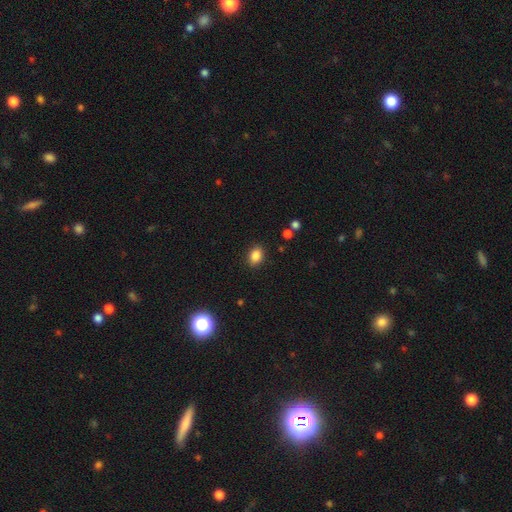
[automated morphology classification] A smooth galaxy with no disk features (85%) that is in between round and cigar-shaped (73%). Merging: none (88%).